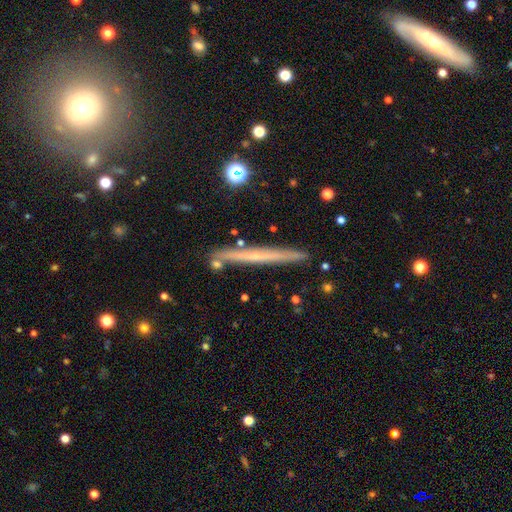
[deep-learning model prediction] A featured or disk galaxy (57%) viewed edge-on (97%) with no central bulge (76%).

Vote fractions:
- Smooth or featured? featured or disk: 57% / smooth: 35% / star or artifact: 8%
- Edge-on disk? yes: 97% / no: 3%
- Edge-on bulge? none: 76% / rounded: 20% / boxy: 4%
- Merging? none: 87% / minor disturbance: 9% / merger: 3% / major disturbance: 2%